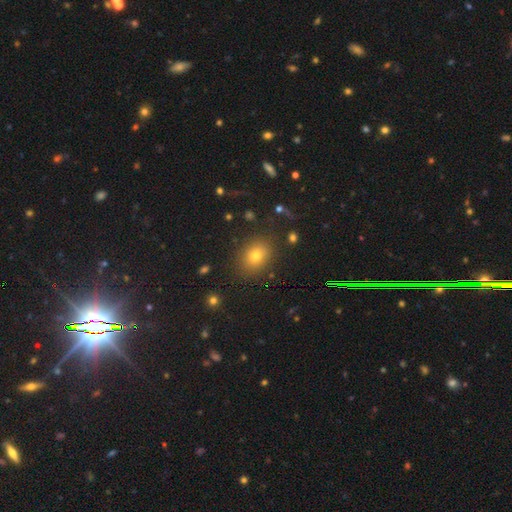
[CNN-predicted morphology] Smooth or featured: smooth — 70% (star or artifact — 19%)
How rounded: in between — 51% (round — 48%)
Merging: none — 85% (minor disturbance — 9%)